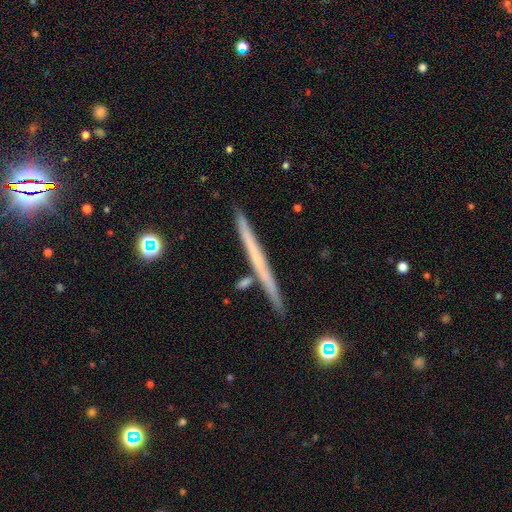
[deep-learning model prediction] A featured or disk galaxy (53%) viewed edge-on (97%) with no central bulge (89%).

Vote fractions:
- Smooth or featured? featured or disk: 53% / smooth: 40% / star or artifact: 6%
- Edge-on disk? yes: 97% / no: 3%
- Edge-on bulge? none: 89% / rounded: 8% / boxy: 3%
- Merging? none: 87% / minor disturbance: 8% / merger: 4% / major disturbance: 2%